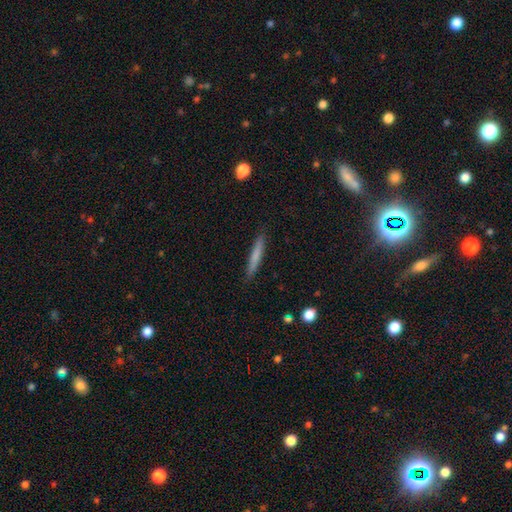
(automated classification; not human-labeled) smooth_or_featured: smooth (p=0.71) [alt: featured or disk p=0.23]
how_rounded: cigar-shaped (p=0.95) [alt: in between p=0.04]
merging: none (p=0.88) [alt: minor disturbance p=0.09]